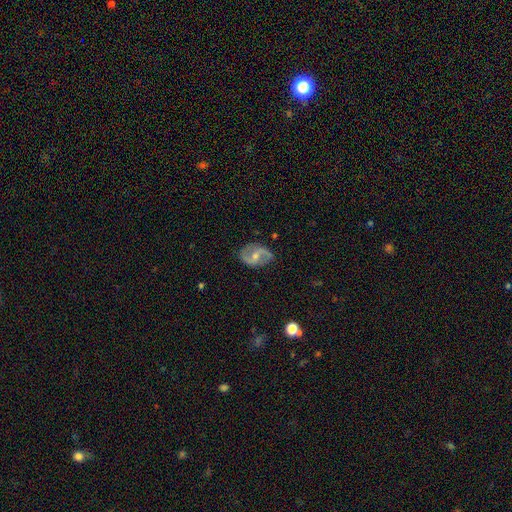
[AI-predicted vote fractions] Smooth or featured: featured or disk — 81% (smooth — 13%)
Edge-on disk: no — 97% (yes — 3%)
Bar: weak — 47% (no — 33%)
Spiral arms: yes — 93% (no — 7%)
Spiral winding: loose — 44% (medium — 43%)
Spiral arm count: 2 — 91% (can't tell — 4%)
Bulge size: moderate — 49% (small — 46%)
Merging: none — 77% (minor disturbance — 16%)